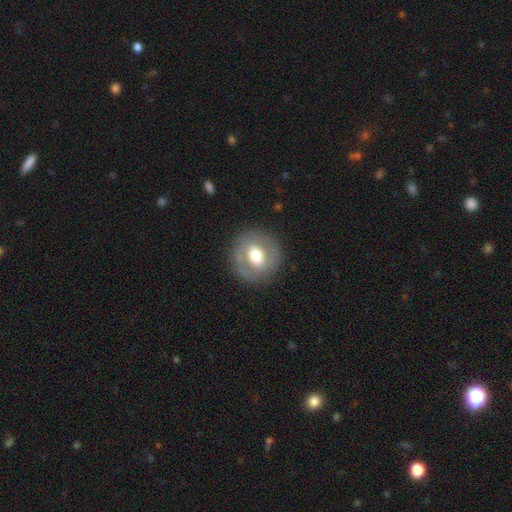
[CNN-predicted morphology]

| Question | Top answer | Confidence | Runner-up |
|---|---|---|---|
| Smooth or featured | smooth | 54% | featured or disk (39%) |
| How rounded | round | 84% | in between (15%) |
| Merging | none | 84% | minor disturbance (10%) |